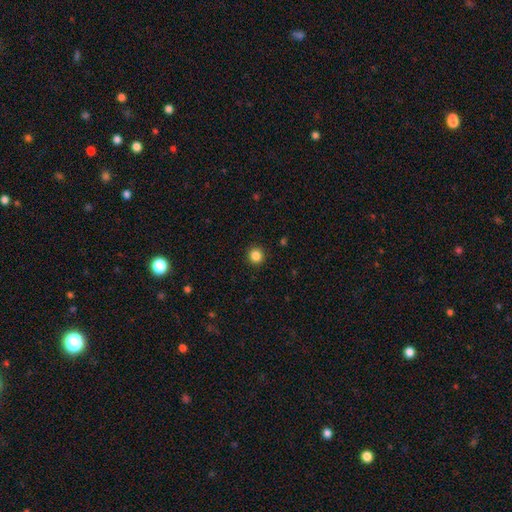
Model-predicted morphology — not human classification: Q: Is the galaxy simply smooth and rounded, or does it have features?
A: smooth — 86%.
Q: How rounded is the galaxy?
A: round — 94%.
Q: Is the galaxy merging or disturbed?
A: none — 93%.